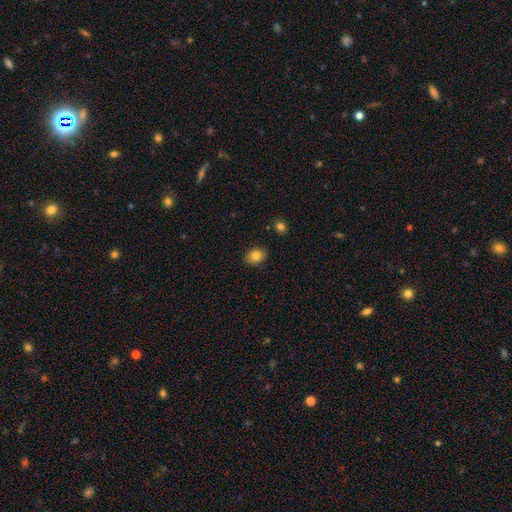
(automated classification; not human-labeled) Overall: smooth (83%). How rounded: in between (66%; round 33%). Merging: none (88%).